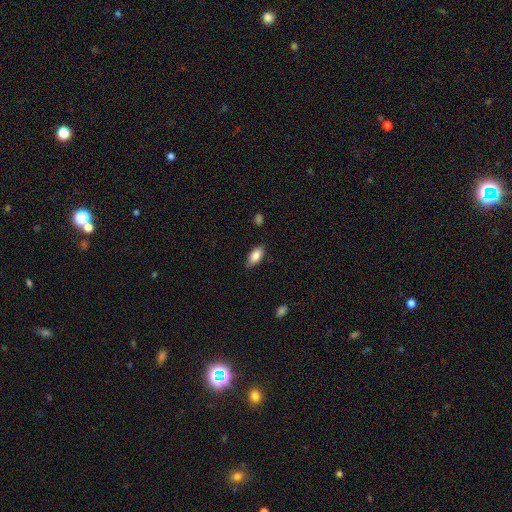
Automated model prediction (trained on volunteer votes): Smooth or featured: smooth — 86% (featured or disk — 8%)
How rounded: in between — 90% (cigar-shaped — 7%)
Merging: none — 83% (minor disturbance — 13%)